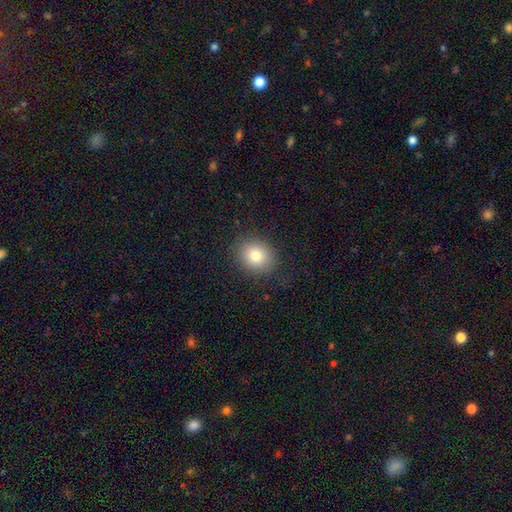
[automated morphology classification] Q: Smooth or featured?
A: smooth (79%); runner-up: star or artifact (11%)
Q: How rounded?
A: round (71%); runner-up: in between (28%)
Q: Merging?
A: none (87%); runner-up: minor disturbance (9%)